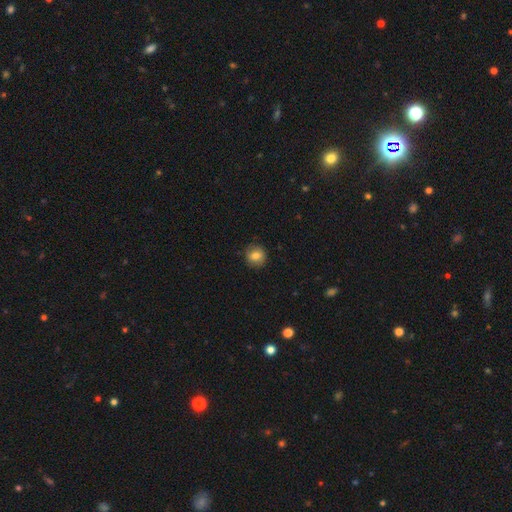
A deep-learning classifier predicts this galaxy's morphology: The model was most divided on "smooth or featured": smooth: 78%, featured or disk: 13%, star or artifact: 10%. More confident: how rounded — round (89%); merging — none (87%).